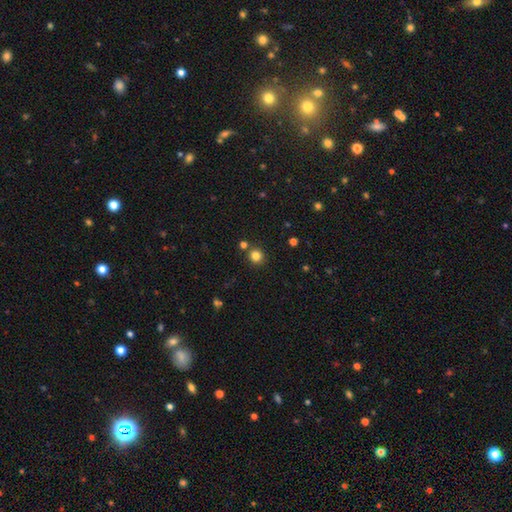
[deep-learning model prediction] Smooth or featured?
  - smooth: 82% *
  - star or artifact: 13%
  - featured or disk: 5%
How rounded?
  - round: 91% *
  - in between: 8%
  - cigar-shaped: 1%
Merging?
  - none: 85% *
  - minor disturbance: 7%
  - merger: 7%
  - major disturbance: 2%